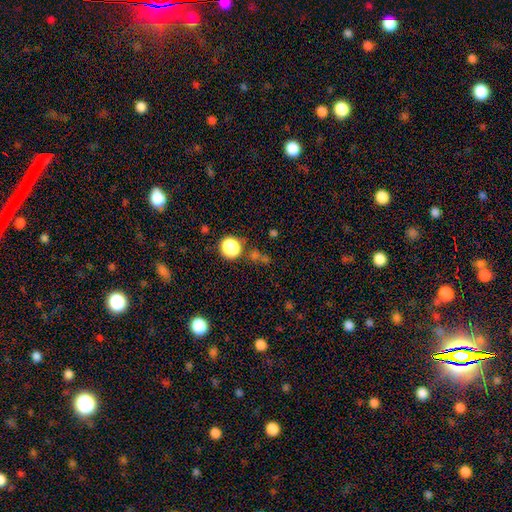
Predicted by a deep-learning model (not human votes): Smooth or featured: smooth — 51% (star or artifact — 42%)
How rounded: round — 84% (in between — 14%)
Merging: none — 72% (merger — 13%)